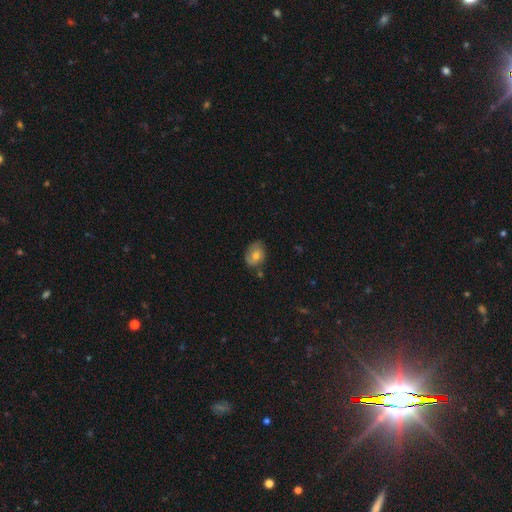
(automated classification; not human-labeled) This is possibly a smooth galaxy (57%). How rounded: likely in between (69%). Merging: likely none (62%).